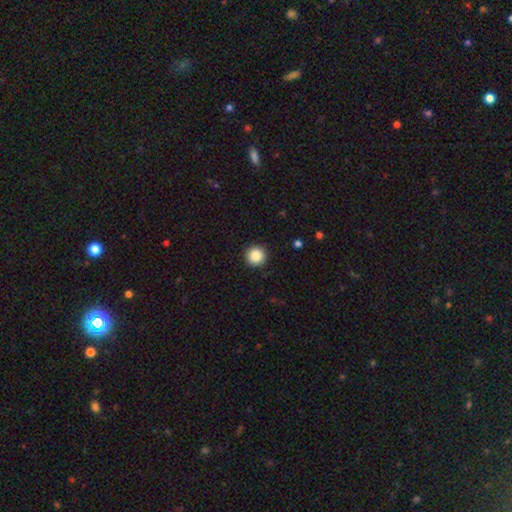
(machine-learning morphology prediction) Smooth or featured? Predicted: smooth (p=0.87). How rounded? Predicted: round (p=0.96). Merging? Predicted: none (p=0.93).